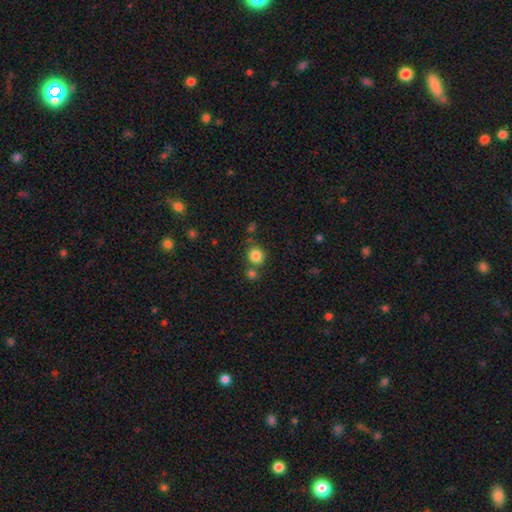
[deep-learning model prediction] Smooth or featured? smooth (84%)
How rounded? round (82%)
Merging? none (68%)